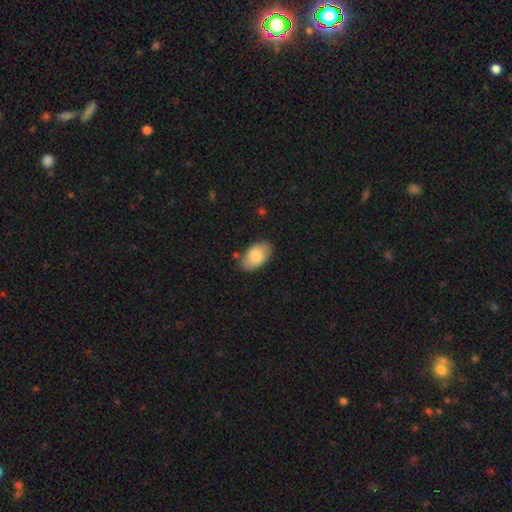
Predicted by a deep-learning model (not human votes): Overall: smooth (79%). How rounded: in between (94%). Merging: none (80%).